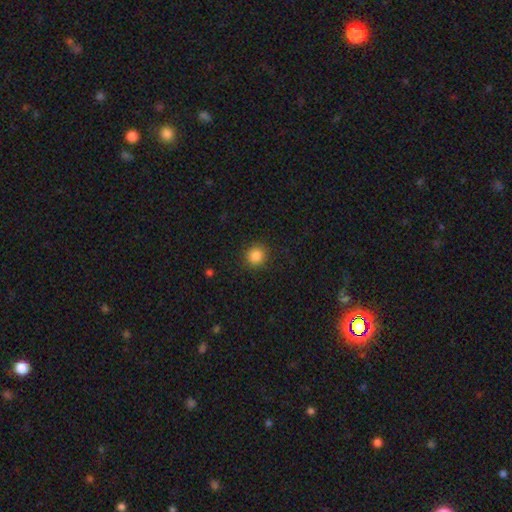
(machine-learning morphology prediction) Smooth or featured? smooth (86%)
How rounded? round (92%)
Merging? none (90%)